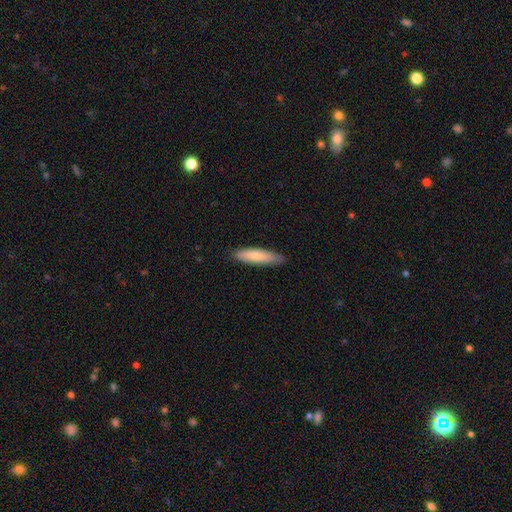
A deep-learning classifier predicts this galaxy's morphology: This is likely a smooth galaxy (77%). How rounded: likely cigar-shaped (72%). Merging: clearly none (84%).